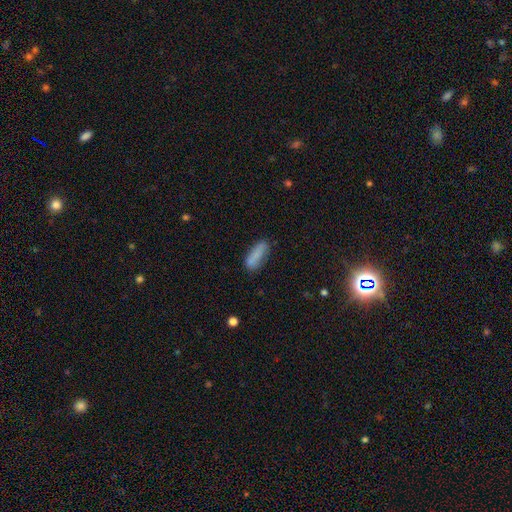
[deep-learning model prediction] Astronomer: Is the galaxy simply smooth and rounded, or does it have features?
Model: smooth — 83%.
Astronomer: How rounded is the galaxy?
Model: in between — 52% (runner-up: cigar-shaped, 46%).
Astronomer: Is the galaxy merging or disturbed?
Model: none — 72%.